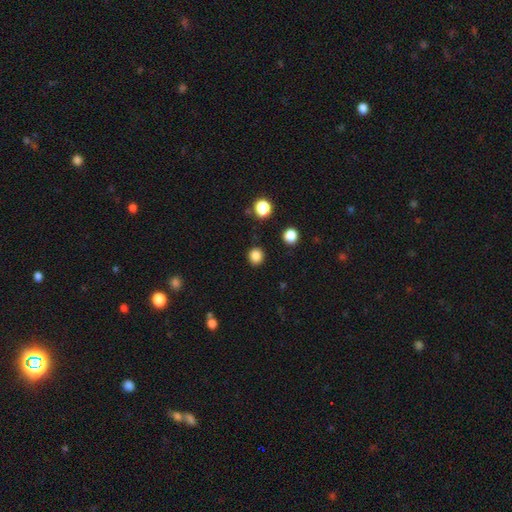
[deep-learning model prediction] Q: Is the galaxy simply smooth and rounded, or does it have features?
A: smooth — 84%.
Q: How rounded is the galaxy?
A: round — 88%.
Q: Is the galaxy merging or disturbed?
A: none — 89%.